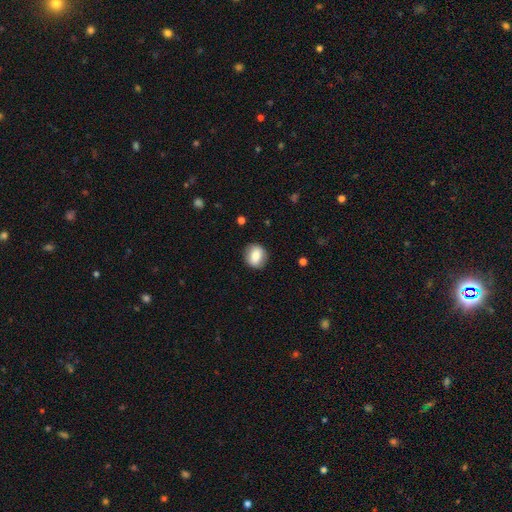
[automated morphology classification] Smooth or featured? Predicted: smooth (p=0.77). How rounded? Predicted: round (p=0.72). Merging? Predicted: none (p=0.87).